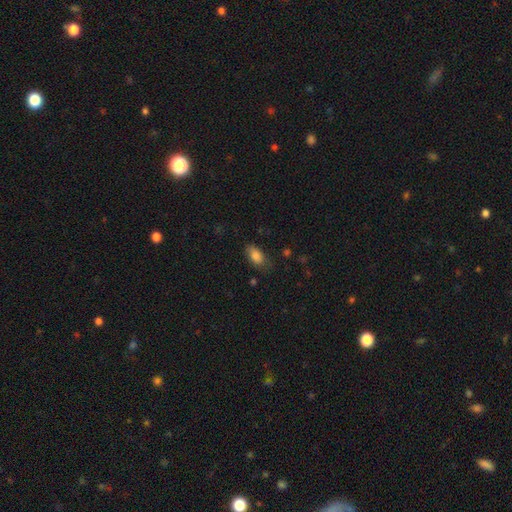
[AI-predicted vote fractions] Smooth or featured? Predicted: smooth (p=0.84). How rounded? Predicted: in between (p=0.91). Merging? Predicted: none (p=0.71).